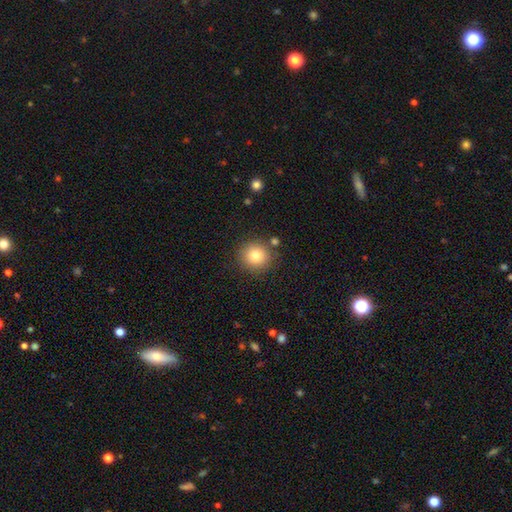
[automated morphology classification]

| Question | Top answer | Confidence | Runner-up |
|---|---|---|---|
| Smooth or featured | smooth | 81% | star or artifact (11%) |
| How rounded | round | 93% | in between (6%) |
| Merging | none | 85% | minor disturbance (8%) |